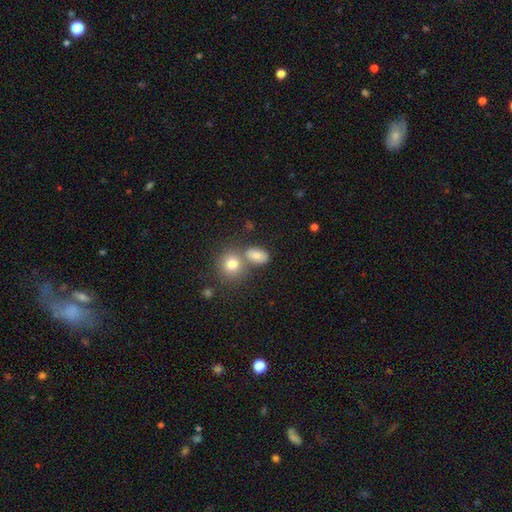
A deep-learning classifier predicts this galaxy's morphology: Smooth or featured: smooth — 72% (star or artifact — 16%)
How rounded: in between — 61% (round — 36%)
Merging: none — 50% (merger — 34%)